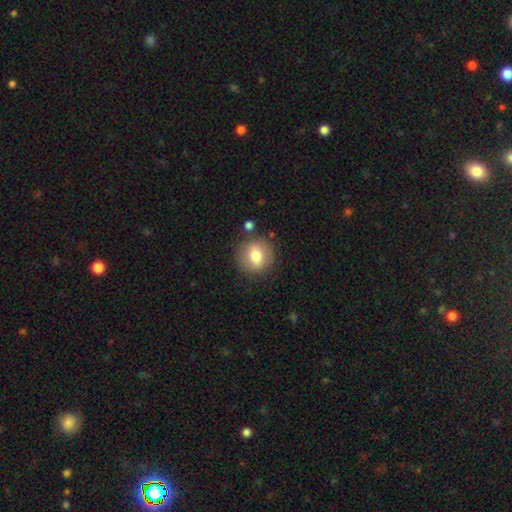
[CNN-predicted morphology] Smooth or featured?
  - smooth: 73% *
  - featured or disk: 19%
  - star or artifact: 8%
How rounded?
  - round: 85% *
  - in between: 14%
  - cigar-shaped: 1%
Merging?
  - none: 84% *
  - minor disturbance: 9%
  - merger: 3%
  - major disturbance: 3%